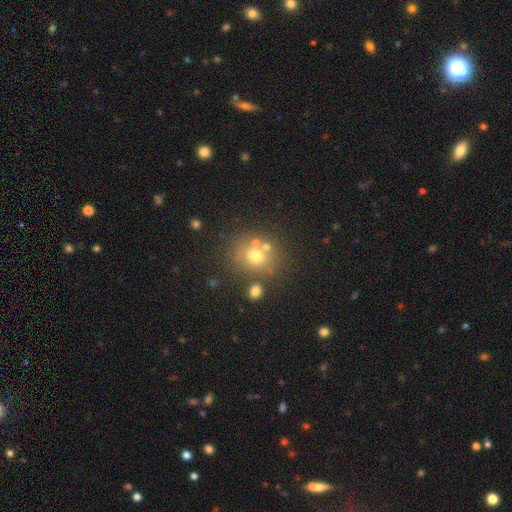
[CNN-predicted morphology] The model was most divided on "smooth or featured": smooth: 65%, star or artifact: 18%, featured or disk: 17%. More confident: how rounded — round (78%); merging — none (66%).